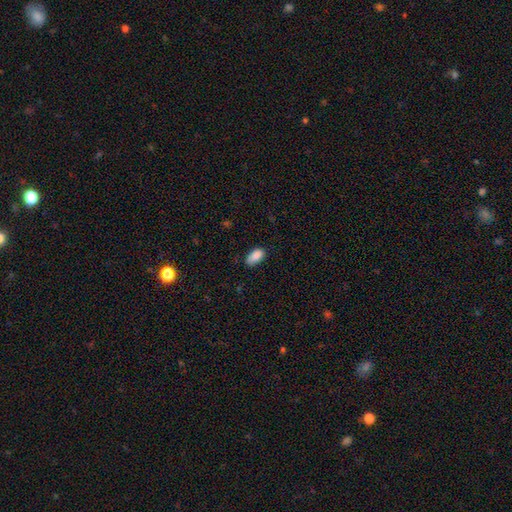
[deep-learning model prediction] Overall: smooth (88%). How rounded: in between (93%). Merging: none (72%).